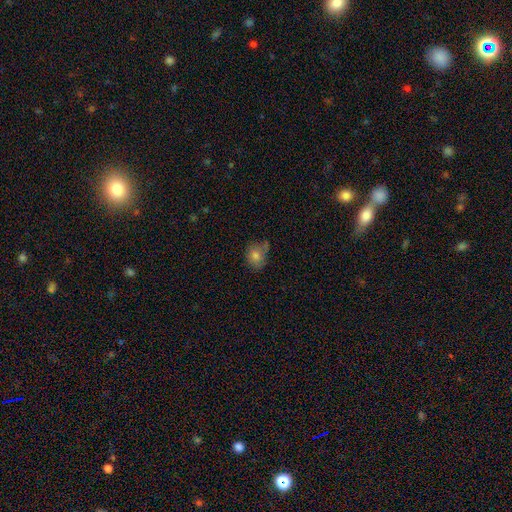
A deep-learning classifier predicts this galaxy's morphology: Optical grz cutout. It shows a smooth galaxy with no disk features (76%) that is round (54%). Merging: none (54%).